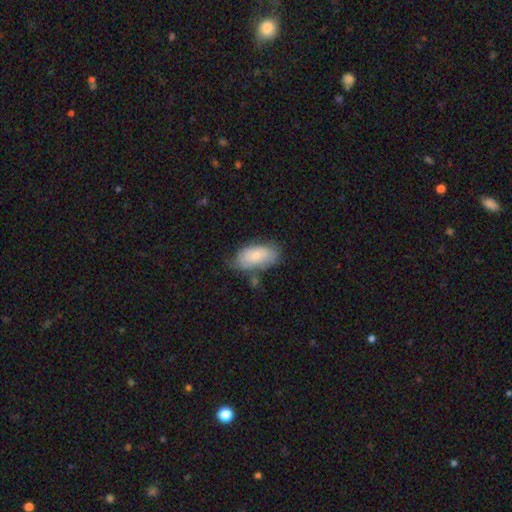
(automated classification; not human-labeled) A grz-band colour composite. It shows a smooth galaxy with no disk features (69%) that is in between round and cigar-shaped (93%). Merging: none (55%).